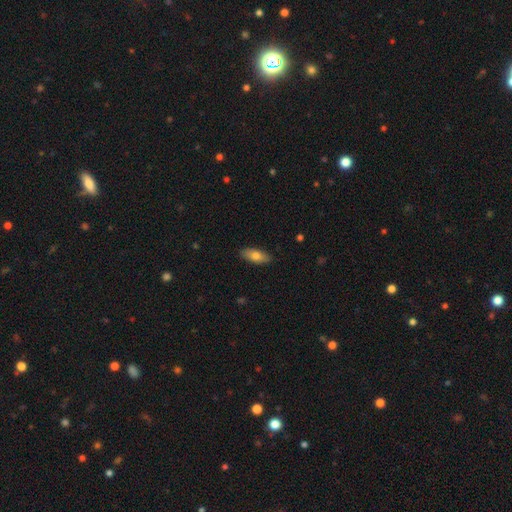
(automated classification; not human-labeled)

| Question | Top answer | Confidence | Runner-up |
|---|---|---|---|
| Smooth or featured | smooth | 75% | featured or disk (19%) |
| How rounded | in between | 77% | cigar-shaped (20%) |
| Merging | none | 88% | minor disturbance (9%) |